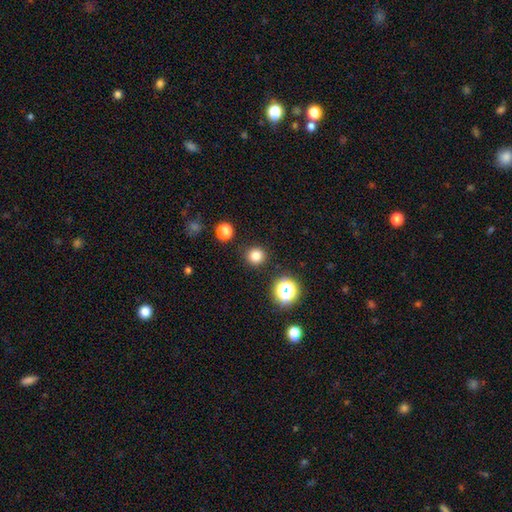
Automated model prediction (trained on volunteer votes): Overall: smooth (79%). How rounded: round (93%). Merging: none (90%).